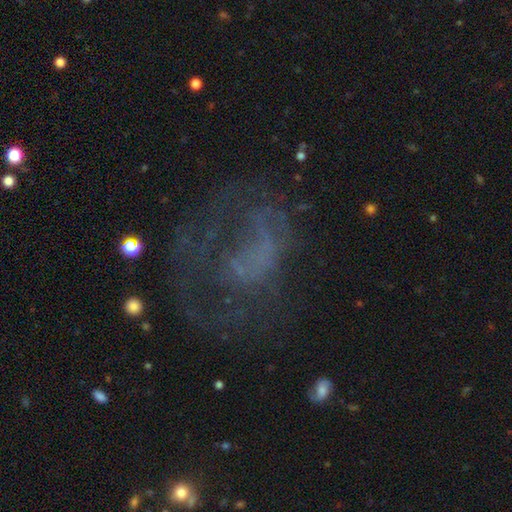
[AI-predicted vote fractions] This is possibly a featured or disk galaxy (52%). It is clearly not viewed edge-on (97%). Bar: clearly no (84%). Spiral arm pattern: likely no (65%). Central bulge: likely none (72%). Merging: marginally major disturbance (44%).